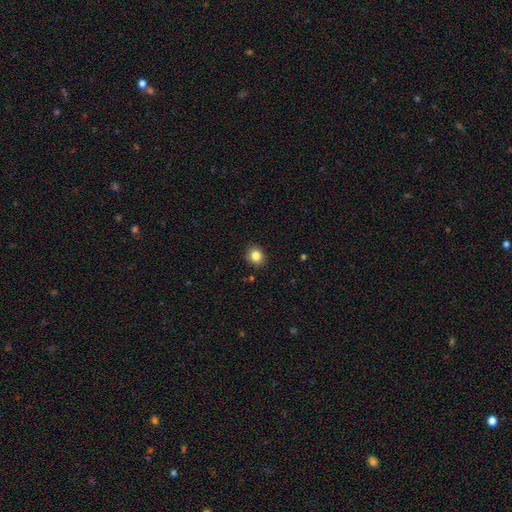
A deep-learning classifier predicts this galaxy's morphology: The model was most divided on "how rounded": round: 75%, in between: 24%, cigar-shaped: 1%. More confident: merging — none (89%); smooth or featured — smooth (84%).